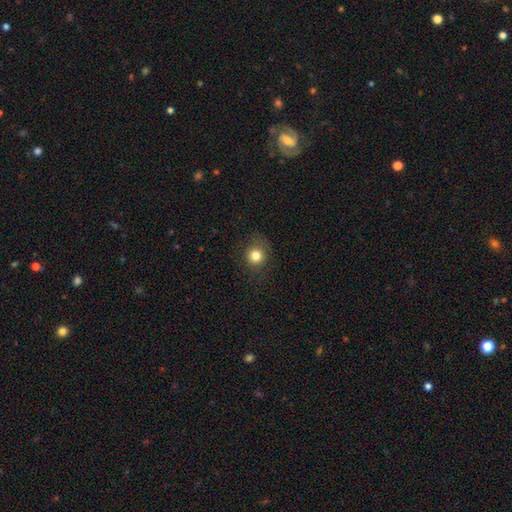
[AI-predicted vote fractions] This is clearly a smooth galaxy (80%). How rounded: clearly round (88%). Merging: clearly none (84%).